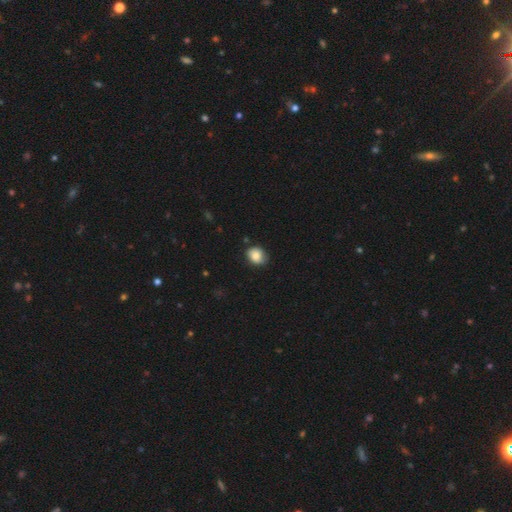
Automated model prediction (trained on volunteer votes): smooth_or_featured: smooth (p=0.79) [alt: featured or disk p=0.13]
how_rounded: round (p=0.55) [alt: in between p=0.44]
merging: none (p=0.75) [alt: minor disturbance p=0.20]